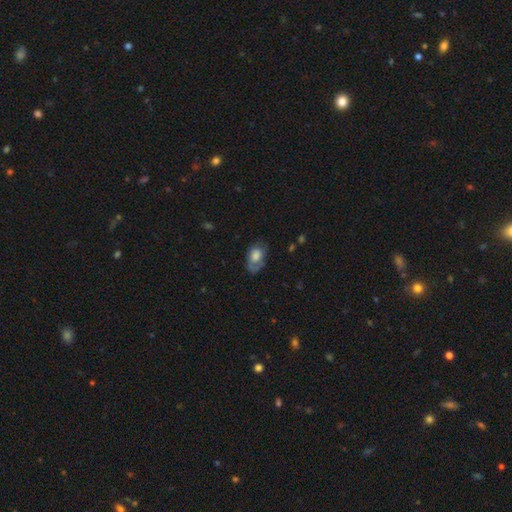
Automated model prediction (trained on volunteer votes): smooth 61%, featured or disk 32%, star or artifact 7%. Down the decision tree: how rounded — in between (87%); merging — none (50%).